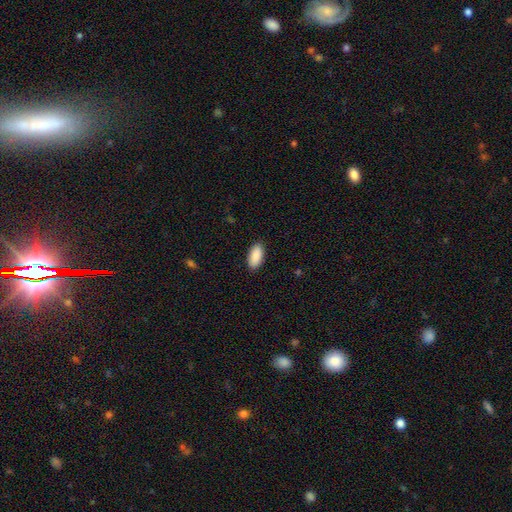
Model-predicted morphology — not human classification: This is clearly a smooth galaxy (90%). How rounded: clearly in between (92%). Merging: clearly none (89%).